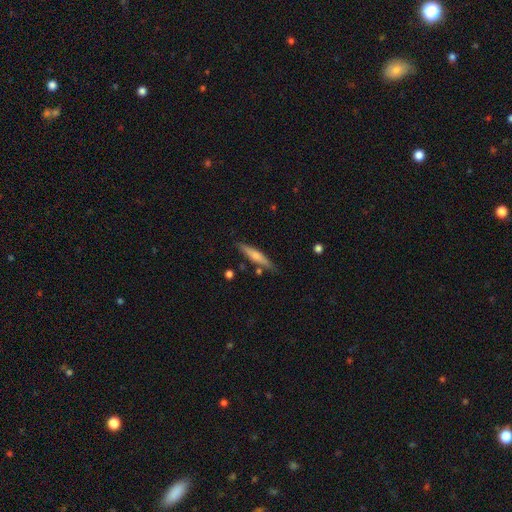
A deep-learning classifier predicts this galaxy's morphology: smooth 56%, featured or disk 38%, star or artifact 6%. Down the decision tree: how rounded — cigar-shaped (89%); merging — none (83%).